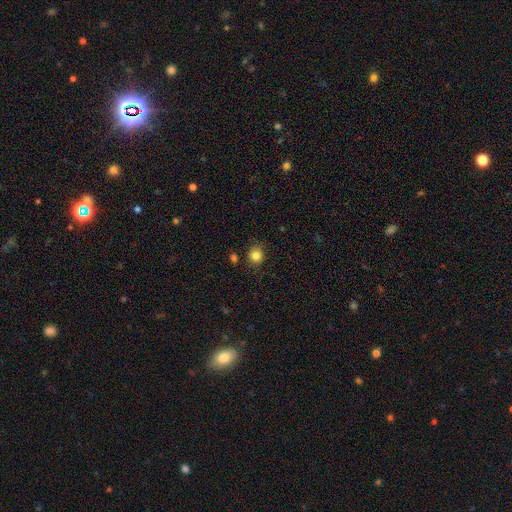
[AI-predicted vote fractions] A smooth galaxy with no disk features (83%) that is round (82%). Merging: none (82%).